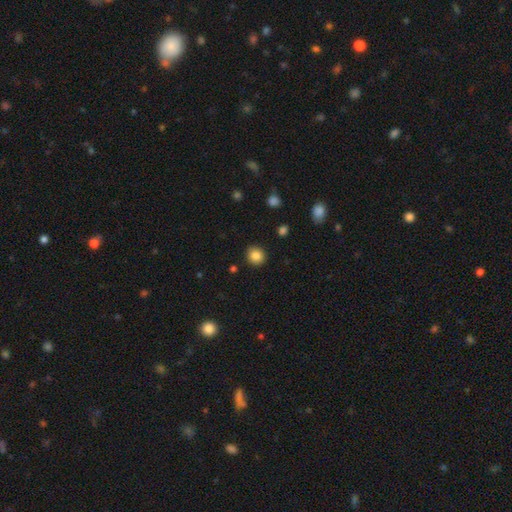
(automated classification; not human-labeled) smooth 85%, star or artifact 10%, featured or disk 5%. Down the decision tree: how rounded — round (88%); merging — none (91%).